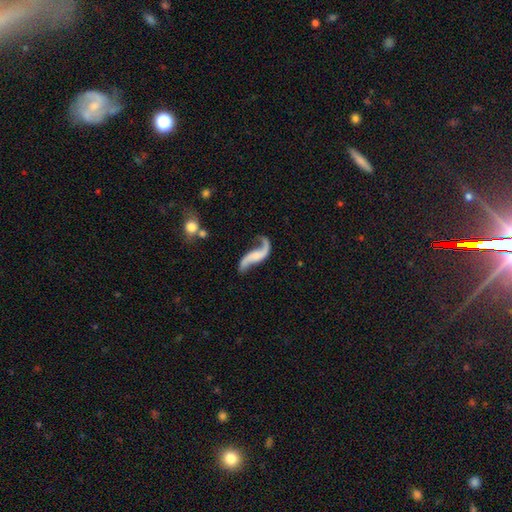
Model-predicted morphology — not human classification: Smooth or featured? featured or disk (86%)
Edge-on disk? no (92%)
Bar? no (54%)
Spiral arms? yes (95%)
Spiral winding? loose (92%)
Spiral arm count? 2 (90%)
Bulge size? none (46%)
Merging? none (61%)